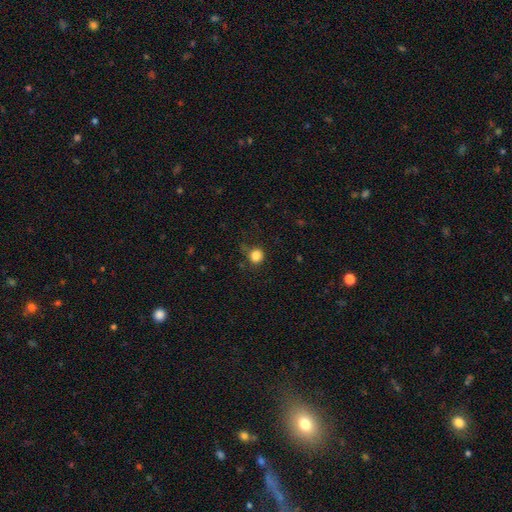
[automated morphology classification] type=smooth (84%); roundness=round (85%); merging=none (75%).